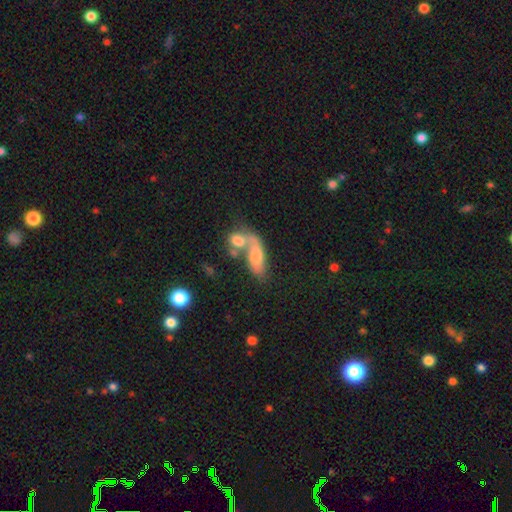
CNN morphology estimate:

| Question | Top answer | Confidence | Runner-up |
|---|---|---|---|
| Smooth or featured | smooth | 56% | featured or disk (34%) |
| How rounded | in between | 71% | cigar-shaped (20%) |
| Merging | merger | 57% | none (22%) |